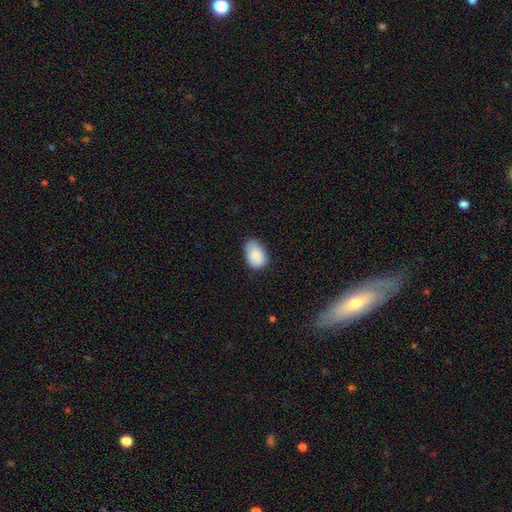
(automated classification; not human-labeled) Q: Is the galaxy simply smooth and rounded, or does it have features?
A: smooth — 87%.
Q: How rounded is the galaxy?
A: in between — 86%.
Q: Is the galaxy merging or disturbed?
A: none — 57%.